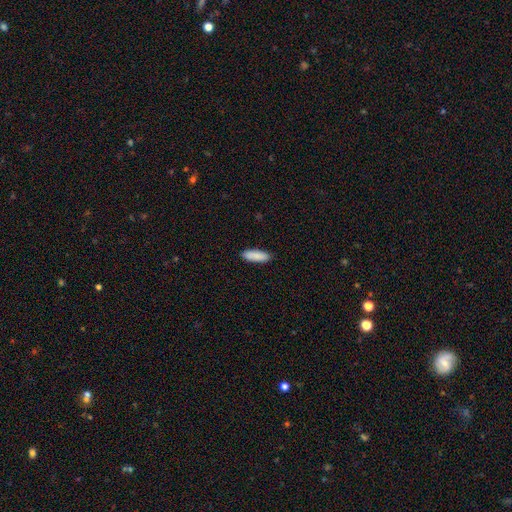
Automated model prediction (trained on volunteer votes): A smooth galaxy with no disk features (90%) that is in between round and cigar-shaped (53%). Merging: none (90%).